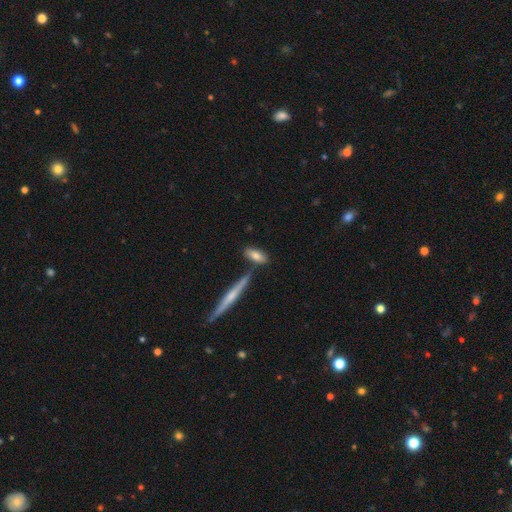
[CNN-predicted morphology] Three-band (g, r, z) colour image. It shows a smooth galaxy with no disk features (76%) that is in between round and cigar-shaped (68%). Merging: none (71%).